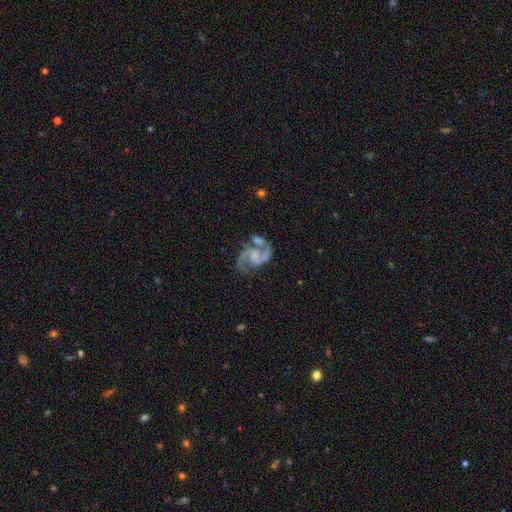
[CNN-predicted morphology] Q: Smooth or featured?
A: featured or disk (88%); runner-up: star or artifact (6%)
Q: Edge-on disk?
A: no (98%); runner-up: yes (2%)
Q: Bar?
A: no (52%); runner-up: weak (37%)
Q: Spiral arms?
A: yes (96%); runner-up: no (4%)
Q: Spiral winding?
A: medium (54%); runner-up: loose (34%)
Q: Spiral arm count?
A: 2 (90%); runner-up: 3 (3%)
Q: Bulge size?
A: none (40%); runner-up: small (33%)
Q: Merging?
A: none (46%); runner-up: merger (21%)